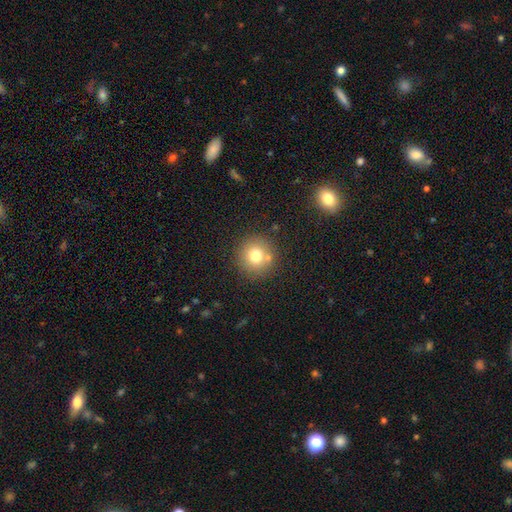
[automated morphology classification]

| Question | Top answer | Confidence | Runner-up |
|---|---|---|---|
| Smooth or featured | smooth | 73% | featured or disk (14%) |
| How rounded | round | 94% | in between (5%) |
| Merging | none | 79% | merger (9%) |